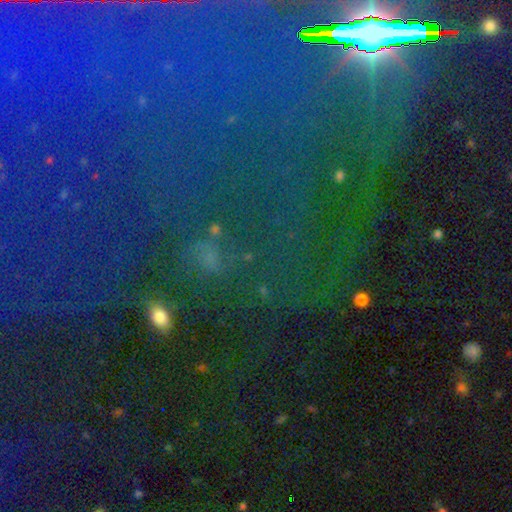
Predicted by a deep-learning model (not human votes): This is likely a star or artifact rather than a galaxy (76%).